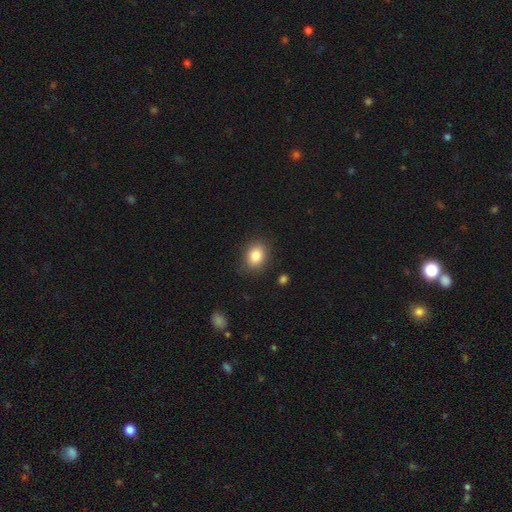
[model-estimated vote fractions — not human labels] Overall: smooth (85%). How rounded: in between (57%; round 42%). Merging: none (84%).